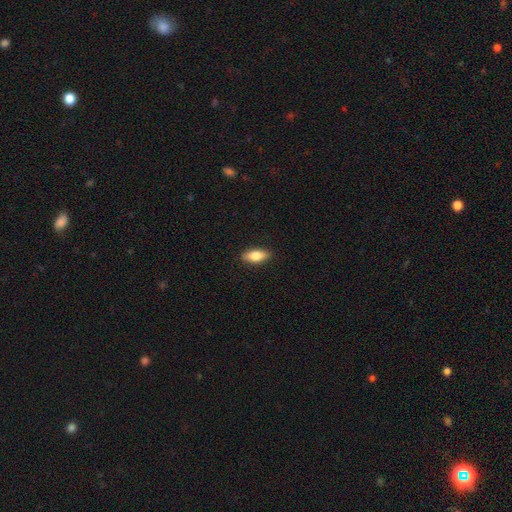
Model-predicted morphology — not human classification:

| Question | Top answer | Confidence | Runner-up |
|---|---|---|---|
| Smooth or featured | smooth | 78% | featured or disk (16%) |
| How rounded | in between | 81% | cigar-shaped (16%) |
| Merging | none | 88% | minor disturbance (9%) |